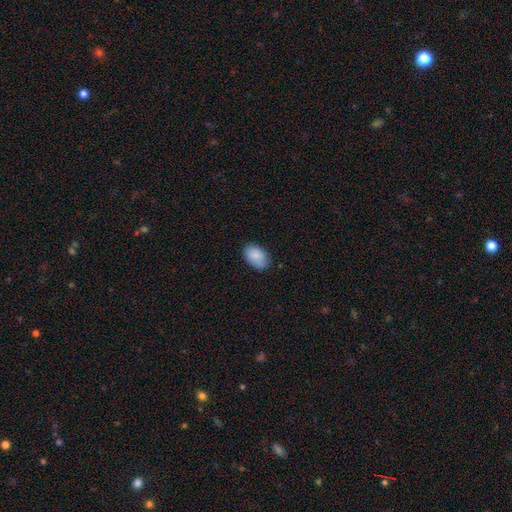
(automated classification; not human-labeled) Smooth or featured? smooth (88%)
How rounded? in between (91%)
Merging? none (80%)